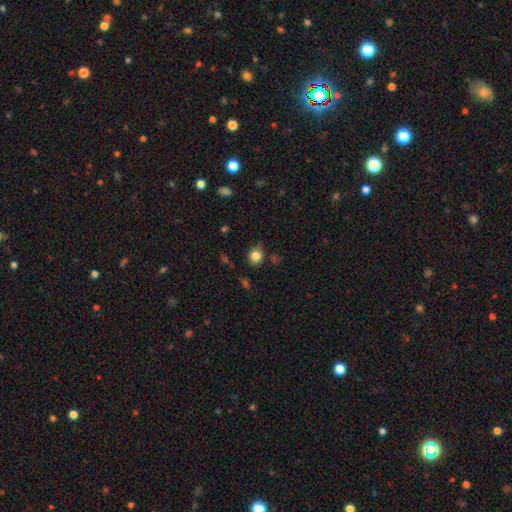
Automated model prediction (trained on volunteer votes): smooth-or-featured: smooth: 81% | star or artifact: 11% | featured or disk: 7%
  how-rounded: round: 66% | in between: 33% | cigar-shaped: 1%
  merging: none: 73% | minor disturbance: 20% | major disturbance: 4% | merger: 2%